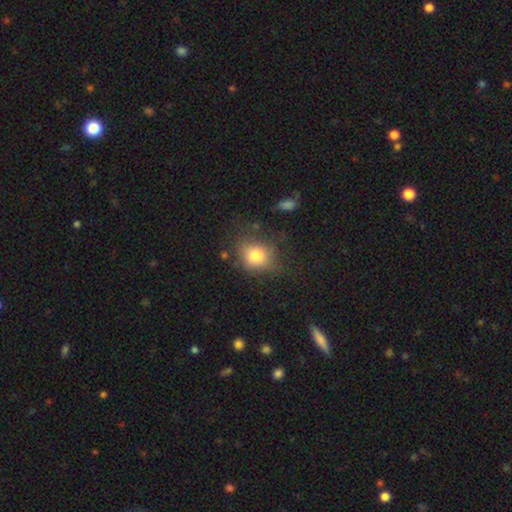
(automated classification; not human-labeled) This appears to be a smooth galaxy with no disk features (78%) that is round (64%). Merging: none (65%).